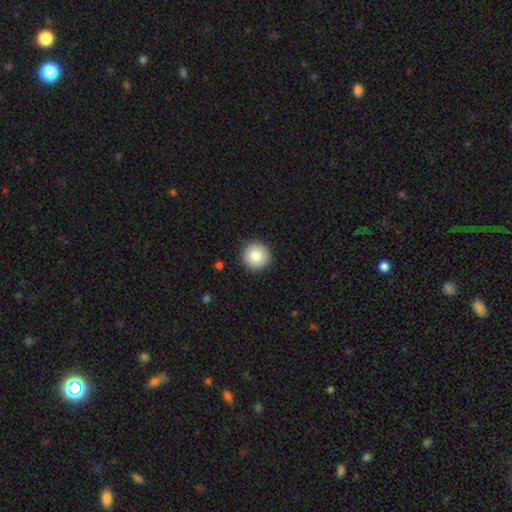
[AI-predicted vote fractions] Q: Smooth or featured?
A: smooth (83%); runner-up: featured or disk (8%)
Q: How rounded?
A: round (95%); runner-up: in between (4%)
Q: Merging?
A: none (91%); runner-up: minor disturbance (6%)